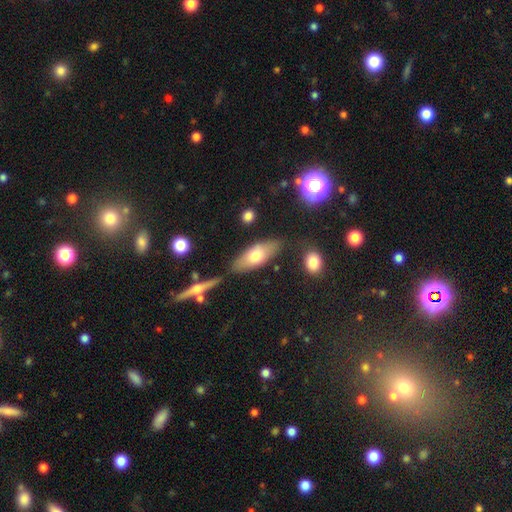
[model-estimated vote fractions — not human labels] Overall: smooth (67%; featured or disk 27%). How rounded: in between (73%). Merging: none (74%).